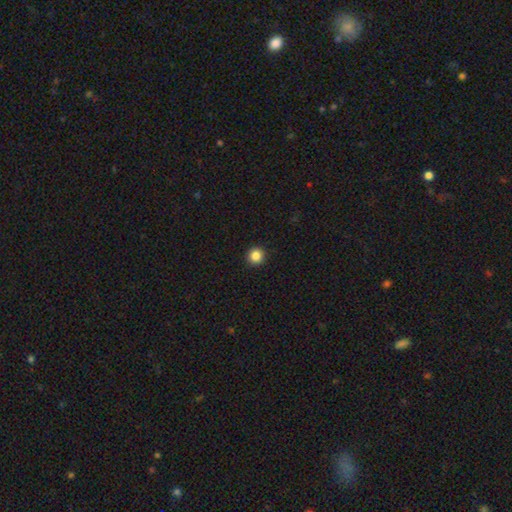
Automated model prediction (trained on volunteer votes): This appears to be a smooth galaxy with no disk features (86%) that is round (95%). Merging: none (93%).